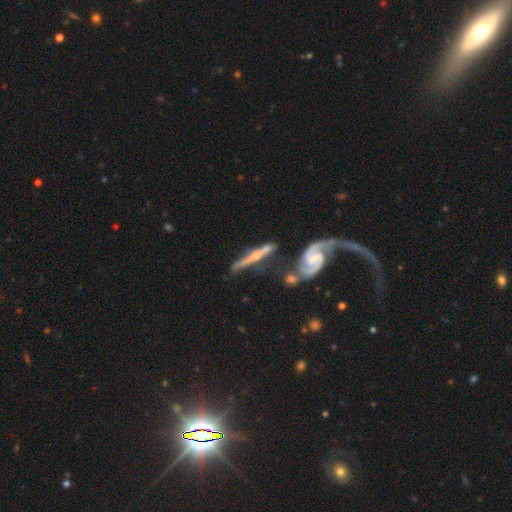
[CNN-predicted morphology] Overall: featured or disk (83%). Edge-on disk: yes (80%). Edge-on bulge: rounded (84%). Merging: none (52%; merger 23%).